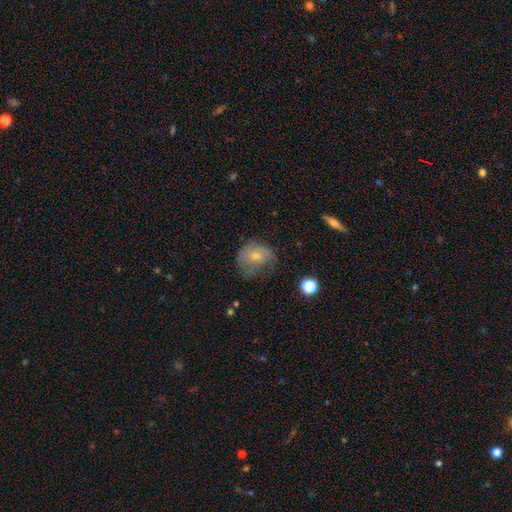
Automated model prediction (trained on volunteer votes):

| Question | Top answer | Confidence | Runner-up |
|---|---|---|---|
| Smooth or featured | smooth | 52% | featured or disk (37%) |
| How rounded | round | 63% | in between (36%) |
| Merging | none | 47% | minor disturbance (32%) |